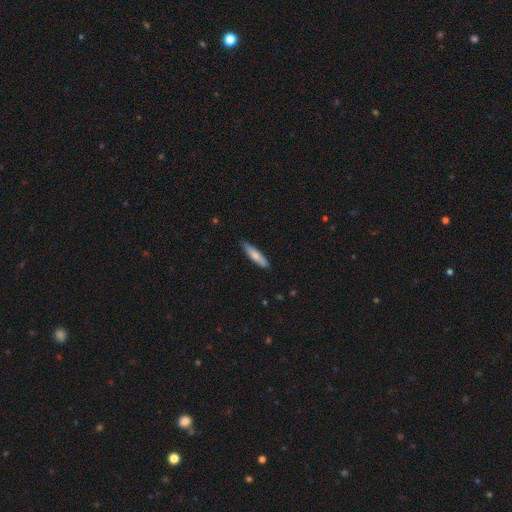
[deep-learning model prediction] smooth-or-featured: smooth: 72% | featured or disk: 22% | star or artifact: 5%
  how-rounded: cigar-shaped: 82% | in between: 16% | round: 1%
  merging: none: 84% | minor disturbance: 13% | major disturbance: 2% | merger: 1%